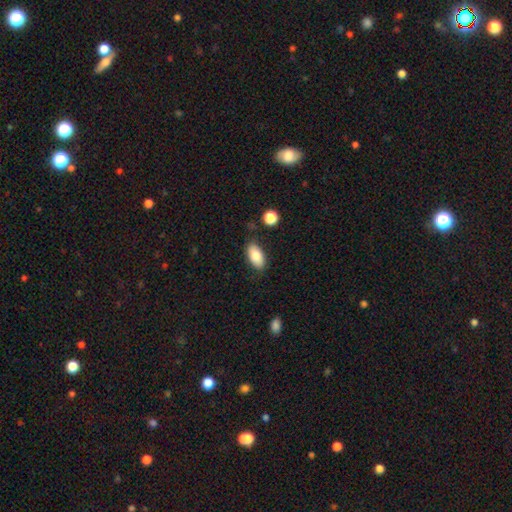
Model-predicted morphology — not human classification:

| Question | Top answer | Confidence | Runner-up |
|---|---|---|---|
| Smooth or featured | smooth | 83% | featured or disk (10%) |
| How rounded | in between | 92% | cigar-shaped (5%) |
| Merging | none | 82% | minor disturbance (13%) |